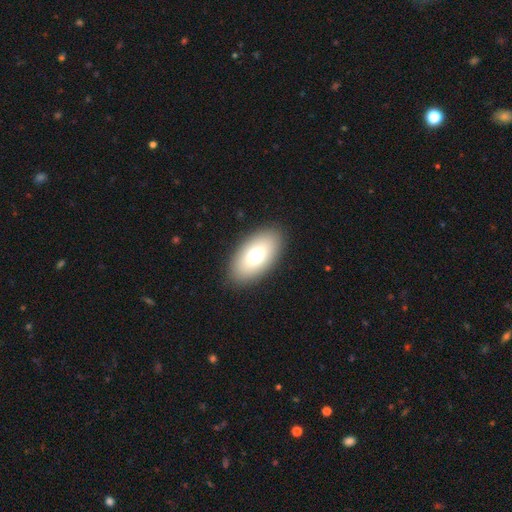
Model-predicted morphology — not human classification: A smooth galaxy with no disk features (71%) that is in between round and cigar-shaped (92%). Merging: none (88%).